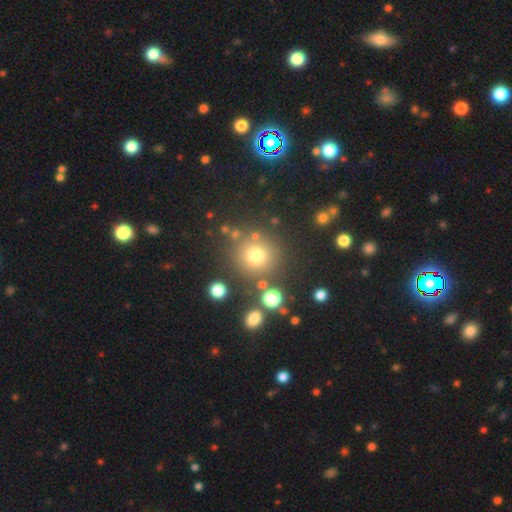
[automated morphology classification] Smooth or featured? smooth (72%)
How rounded? round (92%)
Merging? none (80%)